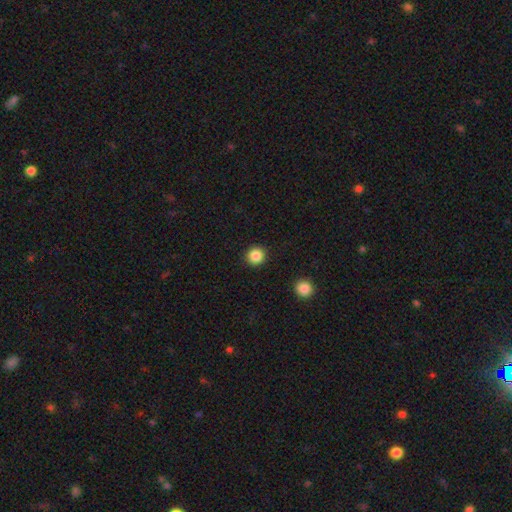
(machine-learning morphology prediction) Smooth or featured? smooth (86%)
How rounded? round (94%)
Merging? none (92%)